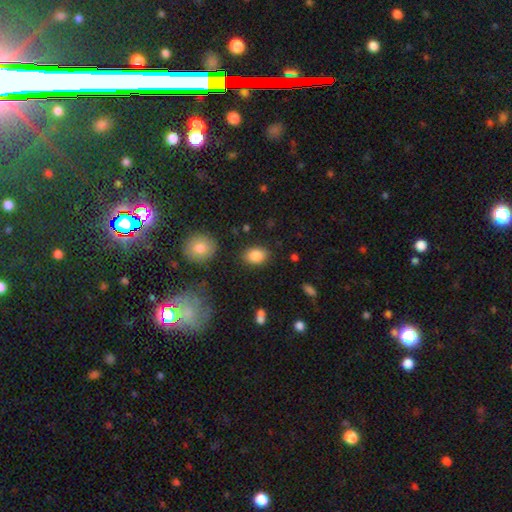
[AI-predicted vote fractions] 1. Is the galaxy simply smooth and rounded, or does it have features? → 86% smooth, 8% star or artifact, 5% featured or disk.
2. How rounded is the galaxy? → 76% in between, 23% round, 1% cigar-shaped.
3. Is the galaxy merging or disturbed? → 84% none, 11% minor disturbance, 3% major disturbance, 2% merger.